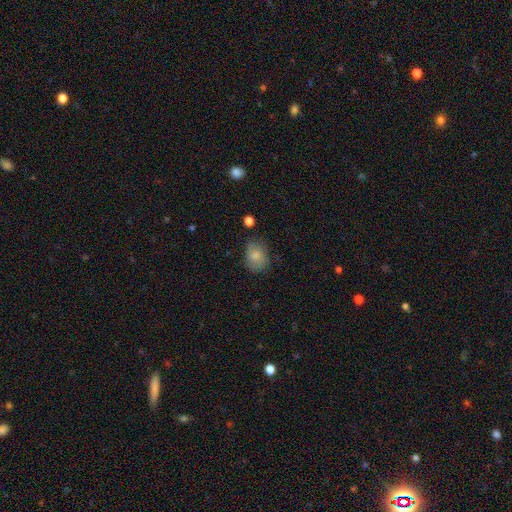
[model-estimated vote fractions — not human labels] smooth 79%, featured or disk 12%, star or artifact 9%. Down the decision tree: how rounded — in between (63%); merging — none (65%).